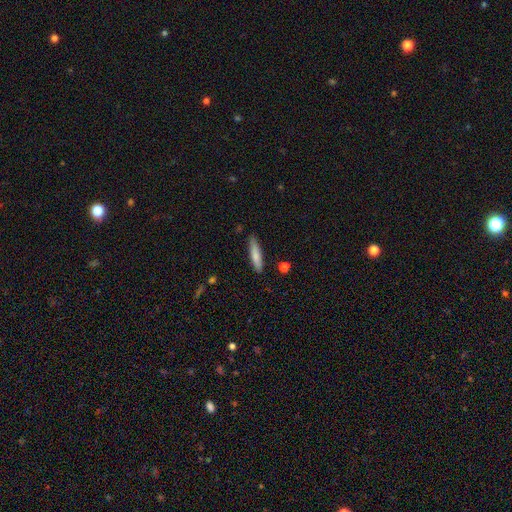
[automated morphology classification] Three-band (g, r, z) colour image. It shows a smooth galaxy with no disk features (78%) that is cigar-shaped (83%). Merging: none (83%).